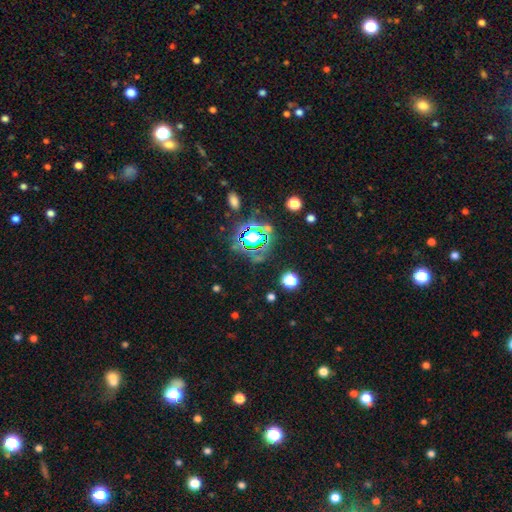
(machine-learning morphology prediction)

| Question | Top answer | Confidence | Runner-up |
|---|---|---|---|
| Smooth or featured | star or artifact | 73% | smooth (17%) |